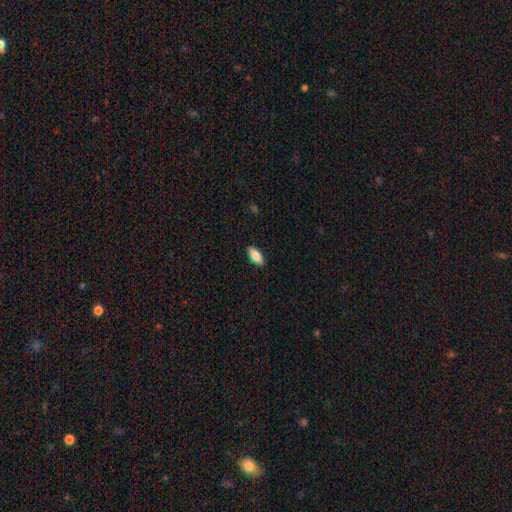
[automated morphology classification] Q: Smooth or featured?
A: smooth (84%); runner-up: featured or disk (10%)
Q: How rounded?
A: in between (87%); runner-up: cigar-shaped (11%)
Q: Merging?
A: none (89%); runner-up: minor disturbance (8%)